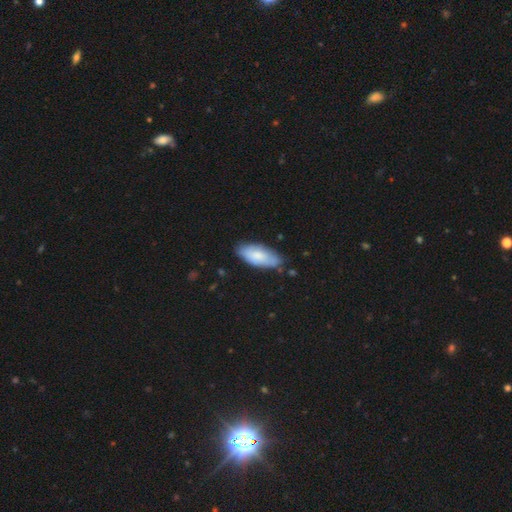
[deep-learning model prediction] Smooth or featured: smooth — 78% (featured or disk — 17%)
How rounded: in between — 86% (cigar-shaped — 13%)
Merging: none — 73% (minor disturbance — 21%)